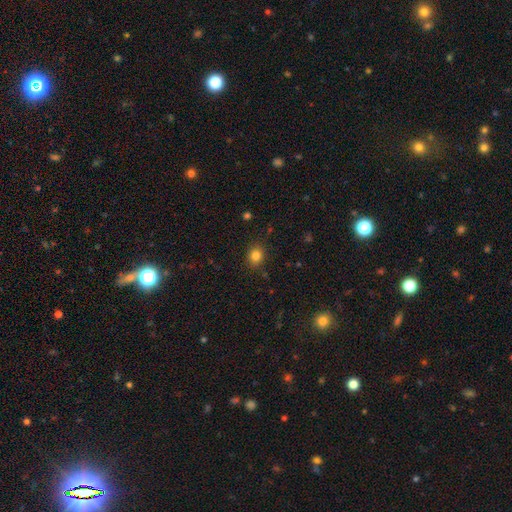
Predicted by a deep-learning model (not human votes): smooth 82%, star or artifact 13%, featured or disk 6%. Down the decision tree: how rounded — round (69%); merging — none (87%).